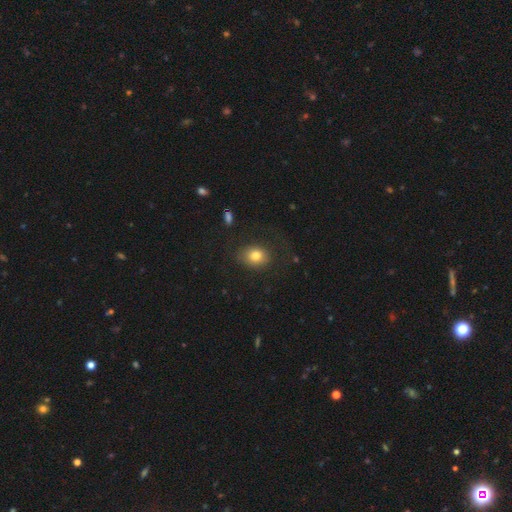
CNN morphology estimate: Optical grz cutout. It shows a smooth galaxy with no disk features (79%) that is round (52%). Merging: none (75%).